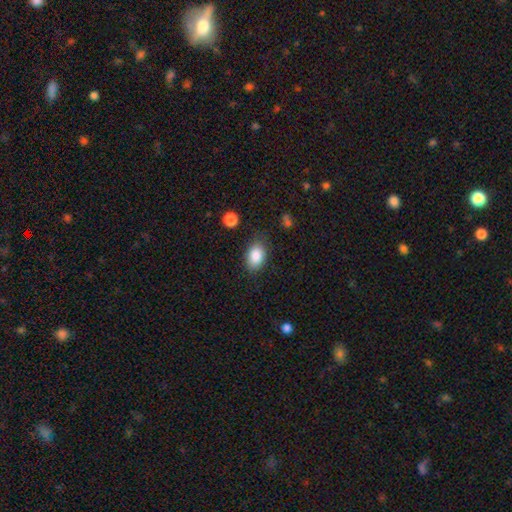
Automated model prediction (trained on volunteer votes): Smooth or featured? smooth (86%)
How rounded? in between (85%)
Merging? none (78%)